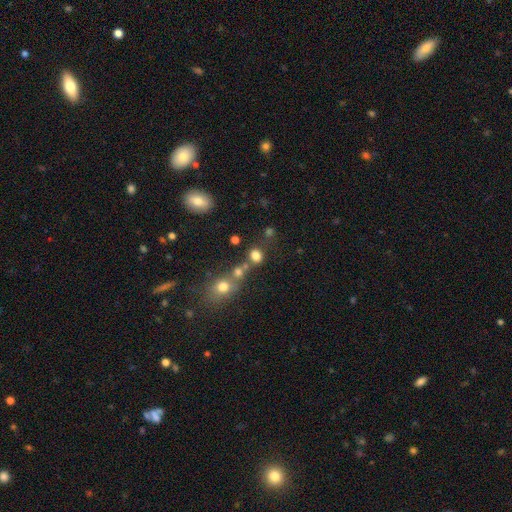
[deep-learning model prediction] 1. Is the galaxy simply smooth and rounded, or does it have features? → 77% smooth, 15% star or artifact, 7% featured or disk.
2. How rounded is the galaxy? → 74% round, 25% in between, 1% cigar-shaped.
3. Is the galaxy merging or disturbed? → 58% none, 25% merger, 11% minor disturbance, 6% major disturbance.